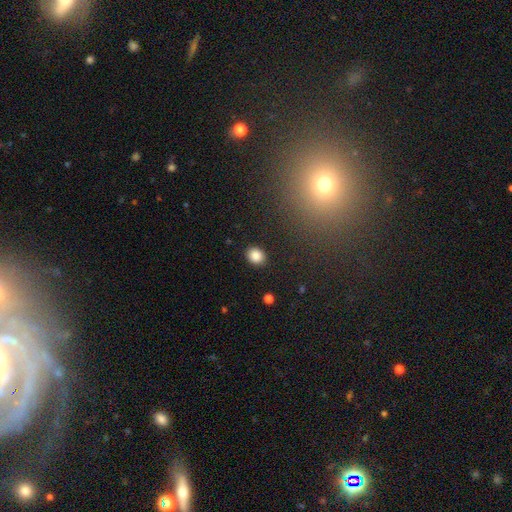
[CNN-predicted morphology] A smooth galaxy with no disk features (86%) that is round (52%).

Vote fractions:
- Smooth or featured? smooth: 86% / star or artifact: 10% / featured or disk: 5%
- How rounded? round: 52% / in between: 47% / cigar-shaped: 1%
- Merging? none: 89% / minor disturbance: 7% / major disturbance: 2% / merger: 1%